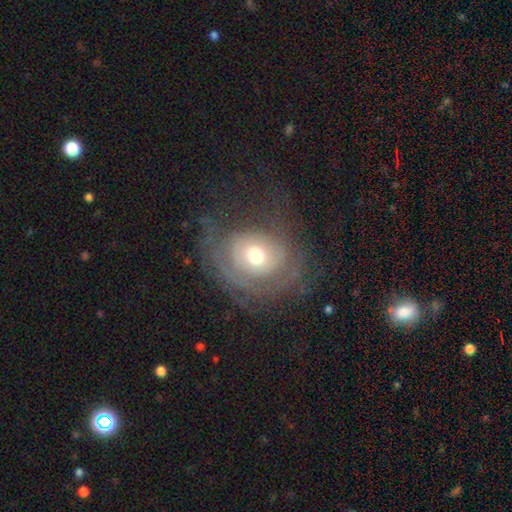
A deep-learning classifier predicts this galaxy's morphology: Smooth or featured? Predicted: featured or disk (p=0.57). Edge-on disk? Predicted: no (p=0.95). Bar? Predicted: no (p=0.84). Spiral arms? Predicted: yes (p=0.62). Bulge size? Predicted: moderate (p=0.65). Merging? Predicted: none (p=0.55).